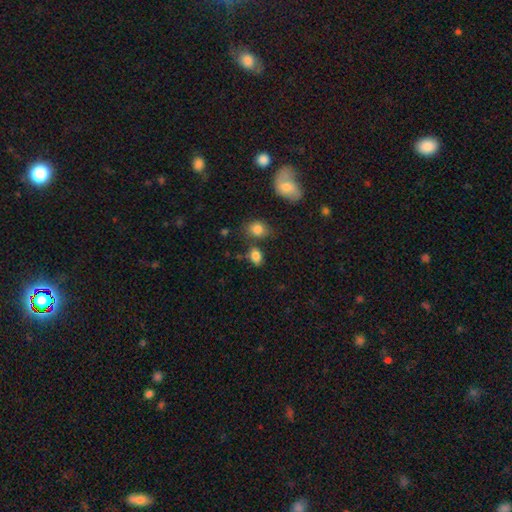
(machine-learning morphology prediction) Smooth or featured: smooth — 83% (star or artifact — 10%)
How rounded: in between — 79% (round — 19%)
Merging: none — 63% (minor disturbance — 17%)